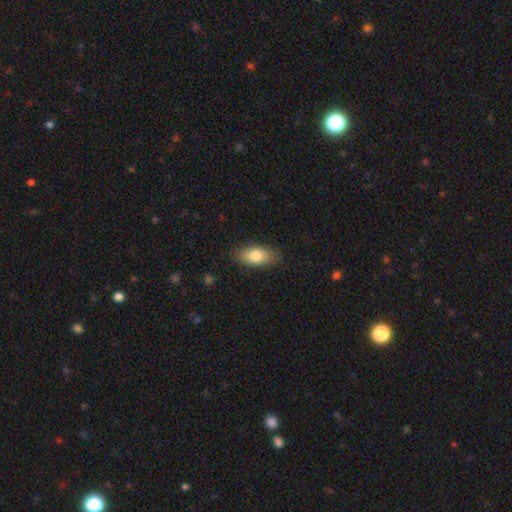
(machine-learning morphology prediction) This is clearly a smooth galaxy (81%). How rounded: clearly in between (88%). Merging: clearly none (84%).